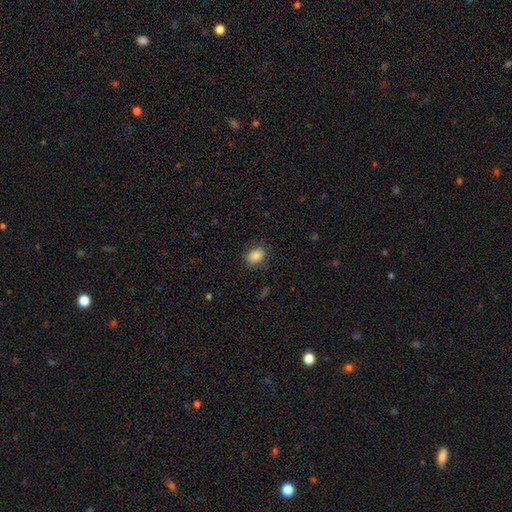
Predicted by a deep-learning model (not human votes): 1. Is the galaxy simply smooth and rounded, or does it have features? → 87% smooth, 8% star or artifact, 5% featured or disk.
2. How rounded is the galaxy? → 74% in between, 25% round, 1% cigar-shaped.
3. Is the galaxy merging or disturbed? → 81% none, 14% minor disturbance, 4% major disturbance, 1% merger.